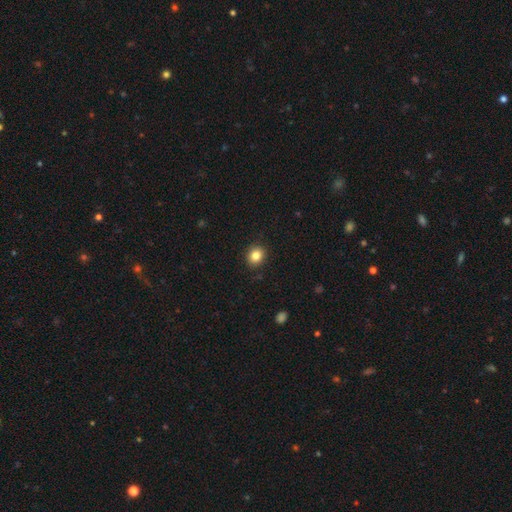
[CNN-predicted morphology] smooth 84%, star or artifact 10%, featured or disk 6%. Down the decision tree: how rounded — round (73%); merging — none (89%).